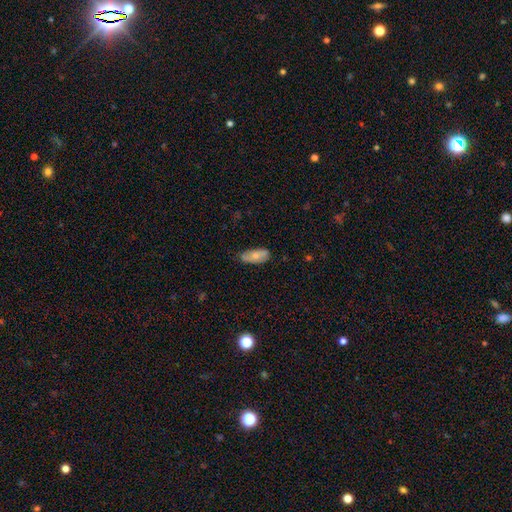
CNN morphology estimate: Overall: smooth (72%). How rounded: in between (86%). Merging: none (69%).